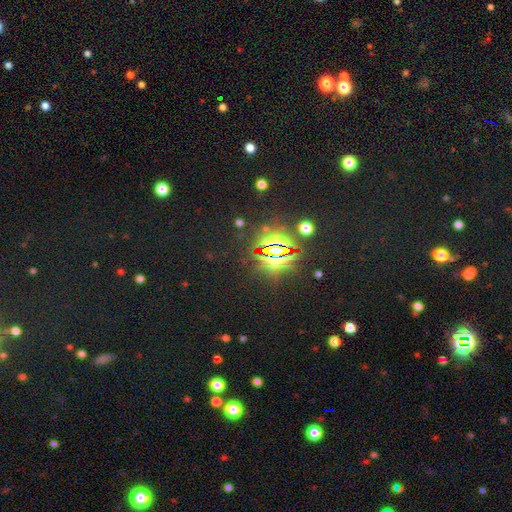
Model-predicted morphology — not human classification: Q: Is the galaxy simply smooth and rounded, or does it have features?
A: star or artifact — 79%.